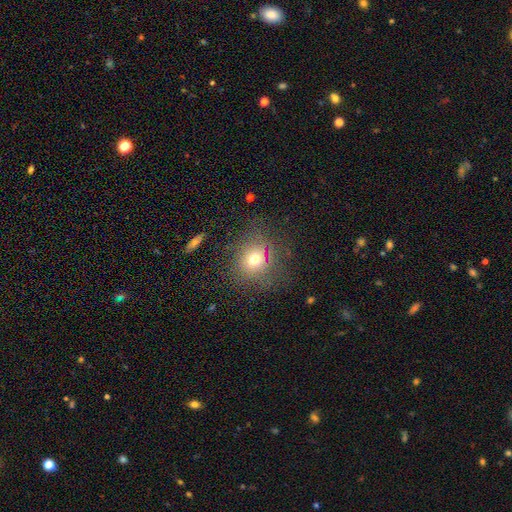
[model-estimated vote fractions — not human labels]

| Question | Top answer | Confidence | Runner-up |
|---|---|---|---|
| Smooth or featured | smooth | 56% | star or artifact (32%) |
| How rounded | round | 89% | in between (9%) |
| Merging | none | 85% | minor disturbance (9%) |